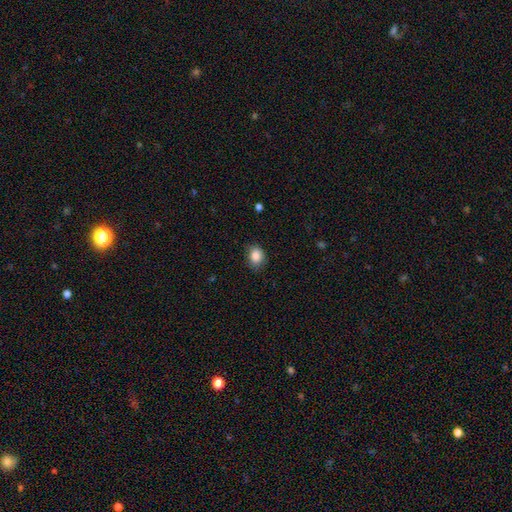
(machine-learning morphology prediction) This is clearly a smooth galaxy (86%). How rounded: possibly in between (55%). Merging: likely none (78%).